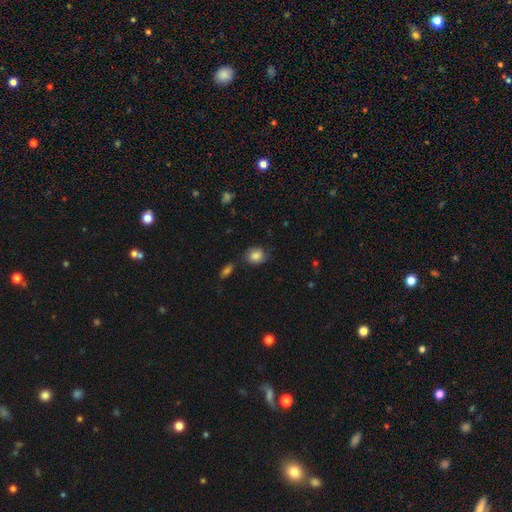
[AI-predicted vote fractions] Smooth or featured? Predicted: smooth (p=0.81). How rounded? Predicted: round (p=0.60). Merging? Predicted: none (p=0.71).